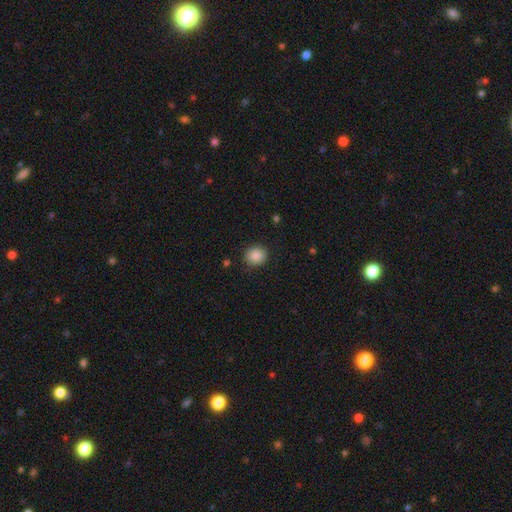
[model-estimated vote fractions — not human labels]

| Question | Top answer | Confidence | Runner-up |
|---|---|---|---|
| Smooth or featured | smooth | 88% | star or artifact (9%) |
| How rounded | round | 83% | in between (16%) |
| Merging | none | 88% | minor disturbance (8%) |